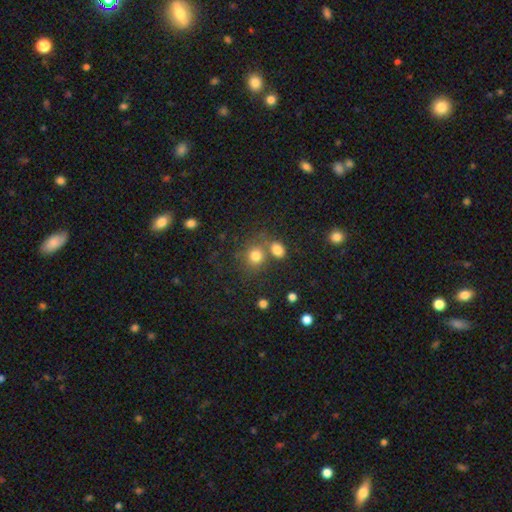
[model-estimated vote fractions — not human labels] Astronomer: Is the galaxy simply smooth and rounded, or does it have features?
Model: smooth — 77%.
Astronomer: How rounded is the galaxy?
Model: round — 77%.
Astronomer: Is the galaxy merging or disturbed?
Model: none — 55% (runner-up: merger, 31%).